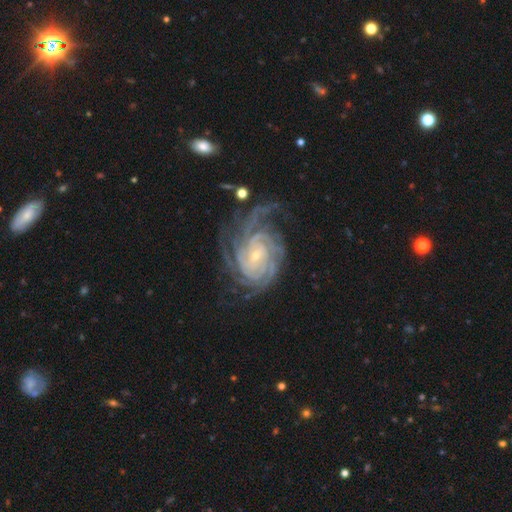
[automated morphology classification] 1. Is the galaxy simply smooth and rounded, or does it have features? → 91% featured or disk, 5% star or artifact, 3% smooth.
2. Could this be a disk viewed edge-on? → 97% no, 3% yes.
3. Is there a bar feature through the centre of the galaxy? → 59% no, 29% weak, 12% strong.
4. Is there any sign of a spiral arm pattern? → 98% yes, 2% no.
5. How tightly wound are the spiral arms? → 77% tight, 20% medium, 3% loose.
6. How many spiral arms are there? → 32% 4, 19% more than 4, 16% can't tell, 16% 3, 10% 2, 7% 1.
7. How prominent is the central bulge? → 79% small, 18% moderate, 2% none, 1% large, 1% dominant.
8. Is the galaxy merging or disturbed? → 65% none, 20% minor disturbance, 13% major disturbance, 2% merger.